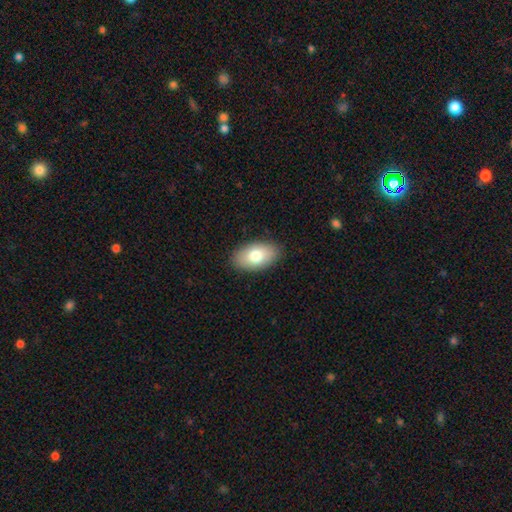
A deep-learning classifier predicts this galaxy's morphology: Smooth or featured? smooth (77%)
How rounded? in between (94%)
Merging? none (88%)